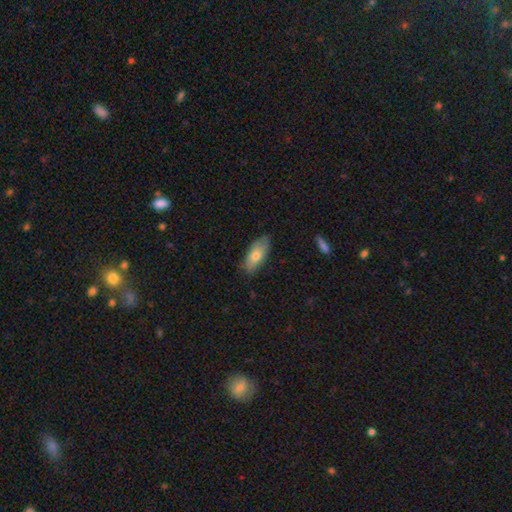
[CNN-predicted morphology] Overall: smooth (71%). How rounded: in between (84%). Merging: none (72%).